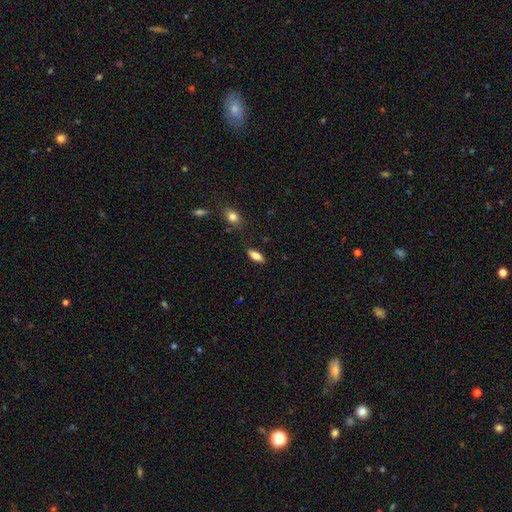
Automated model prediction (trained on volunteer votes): A smooth galaxy with no disk features (78%) that is in between round and cigar-shaped (81%).

Vote fractions:
- Smooth or featured? smooth: 78% / featured or disk: 14% / star or artifact: 8%
- How rounded? in between: 81% / cigar-shaped: 16% / round: 3%
- Merging? none: 84% / minor disturbance: 11% / major disturbance: 3% / merger: 2%